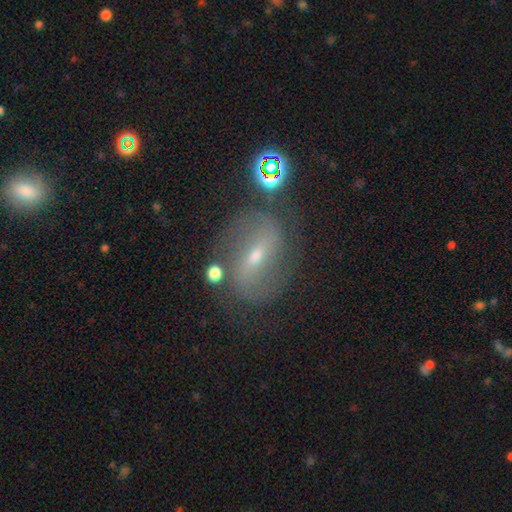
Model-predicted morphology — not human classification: Overall: featured or disk (72%). Edge-on disk: no (92%). Bar: strong (43%; weak 38%). Spiral arms: yes (80%). Spiral arm count: 2 (77%). Spiral winding: medium (40%; loose 34%). Bulge size: small (63%; moderate 34%). Merging: none (72%).